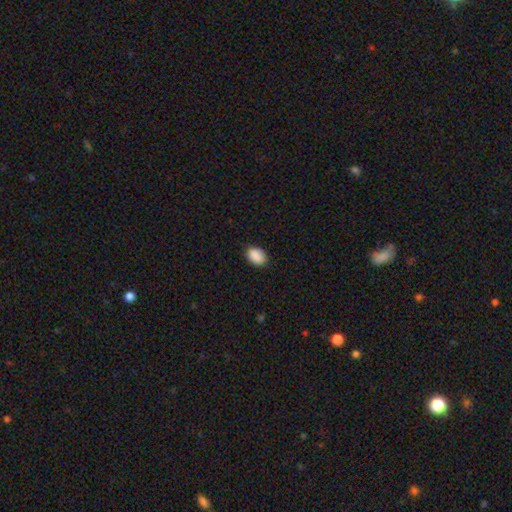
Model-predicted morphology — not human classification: A smooth galaxy with no disk features (90%) that is in between round and cigar-shaped (84%).

Vote fractions:
- Smooth or featured? smooth: 90% / star or artifact: 7% / featured or disk: 3%
- How rounded? in between: 84% / round: 15% / cigar-shaped: 1%
- Merging? none: 86% / minor disturbance: 11% / major disturbance: 2% / merger: 1%